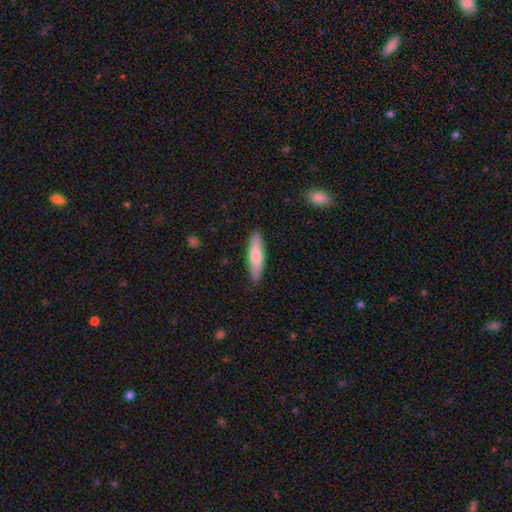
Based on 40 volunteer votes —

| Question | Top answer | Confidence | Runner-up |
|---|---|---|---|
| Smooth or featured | smooth | 62% | featured or disk (25%) |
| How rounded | cigar-shaped | 84% | in between (16%) |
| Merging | none | 89% | minor disturbance (9%) |